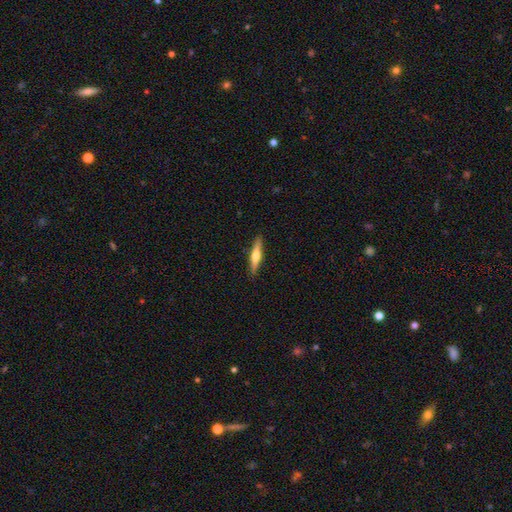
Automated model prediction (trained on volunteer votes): A featured or disk galaxy (49%).

Vote fractions:
- Smooth or featured? featured or disk: 49% / smooth: 45% / star or artifact: 5%
- Merging? none: 90% / minor disturbance: 7% / major disturbance: 2% / merger: 1%